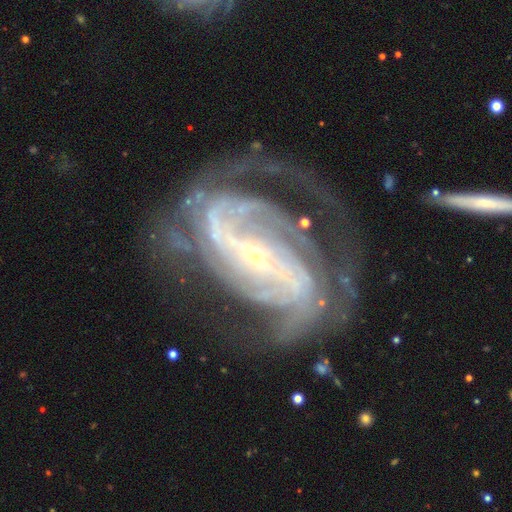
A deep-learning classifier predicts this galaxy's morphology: This is clearly a featured or disk galaxy (91%). It is clearly not viewed edge-on (96%). Bar: possibly strong (57%). Spiral arm pattern: clearly yes (97%). Spiral arm count: marginally 2 (45%). Spiral winding: marginally medium (44%). Central bulge: clearly small (82%). Merging: possibly none (54%).